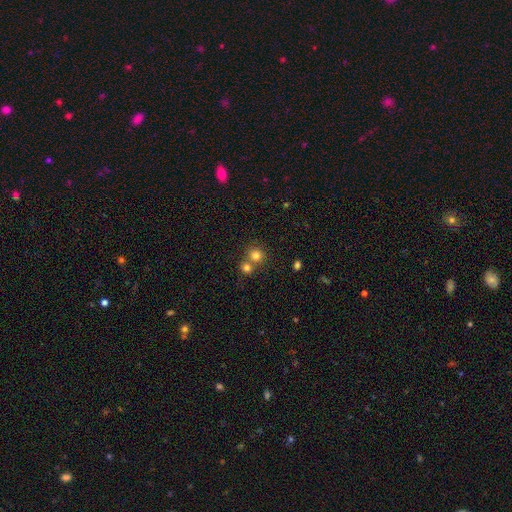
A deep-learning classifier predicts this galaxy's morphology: Smooth or featured? Predicted: smooth (p=0.78). How rounded? Predicted: round (p=0.89). Merging? Predicted: none (p=0.56).